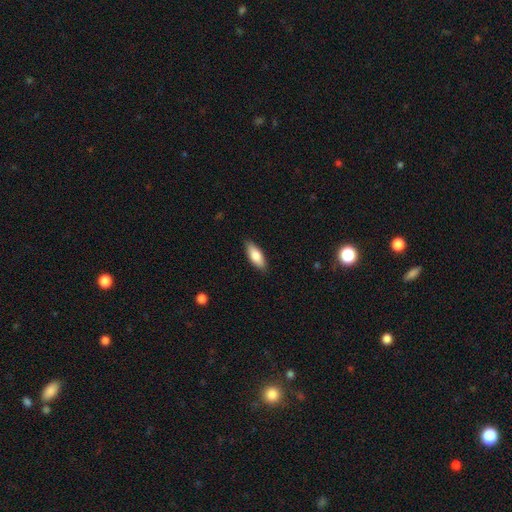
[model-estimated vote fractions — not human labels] A smooth galaxy with no disk features (82%) that is in between round and cigar-shaped (76%).

Vote fractions:
- Smooth or featured? smooth: 82% / featured or disk: 12% / star or artifact: 6%
- How rounded? in between: 76% / cigar-shaped: 22% / round: 2%
- Merging? none: 87% / minor disturbance: 10% / major disturbance: 2% / merger: 1%